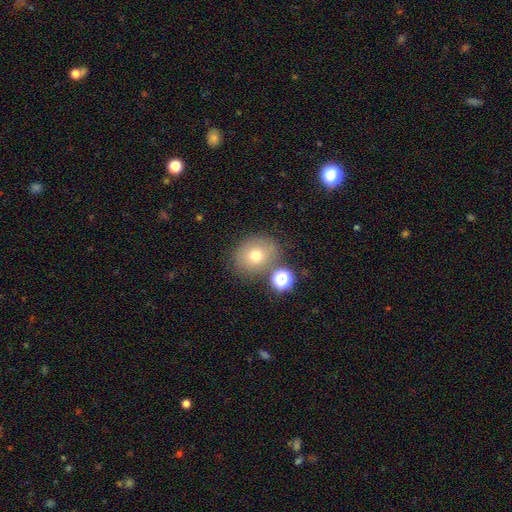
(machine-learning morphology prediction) type=smooth (71%); roundness=round (64%); merging=none (71%).